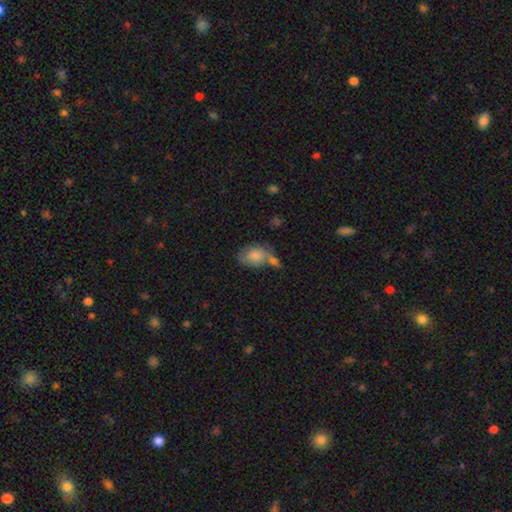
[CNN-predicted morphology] This appears to be a smooth galaxy with no disk features (78%) that is in between round and cigar-shaped (79%). Merging: none (39%).